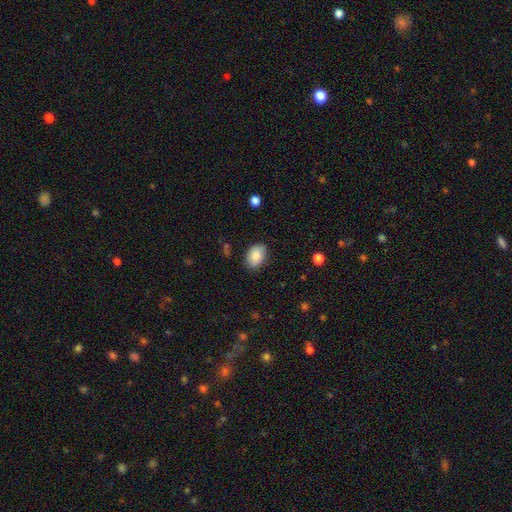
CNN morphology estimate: type=smooth (87%); roundness=in between (83%); merging=none (85%).